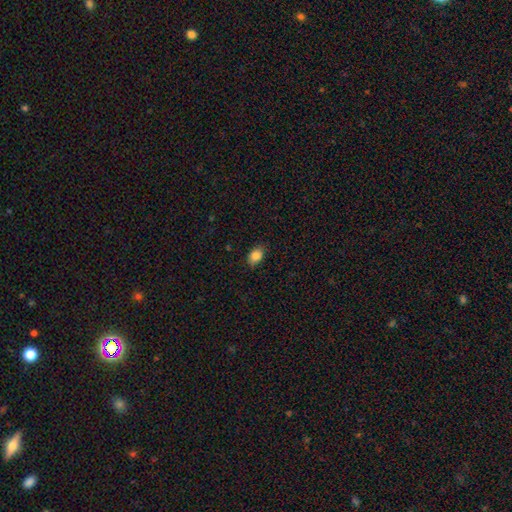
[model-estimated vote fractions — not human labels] Morphology: type=smooth (86%); roundness=in between (78%); merging=none (85%).